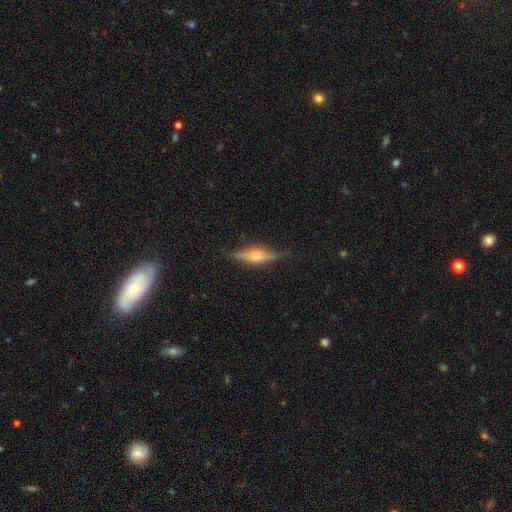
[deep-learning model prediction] Q: Smooth or featured?
A: featured or disk (67%); runner-up: smooth (25%)
Q: Edge-on disk?
A: yes (95%); runner-up: no (5%)
Q: Edge-on bulge?
A: rounded (83%); runner-up: boxy (13%)
Q: Merging?
A: none (80%); runner-up: minor disturbance (15%)